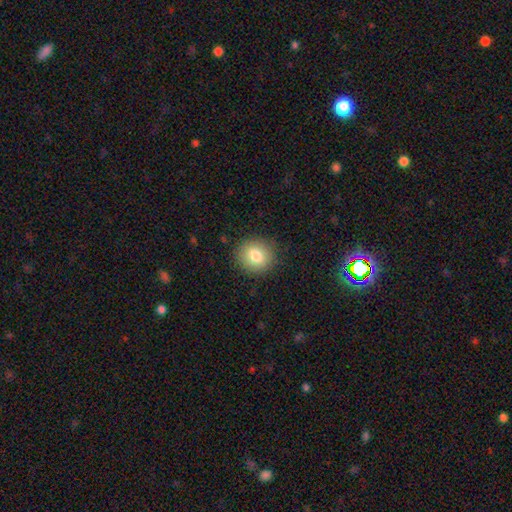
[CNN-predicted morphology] smooth 81%, featured or disk 10%, star or artifact 9%. Down the decision tree: how rounded — round (83%); merging — none (88%).